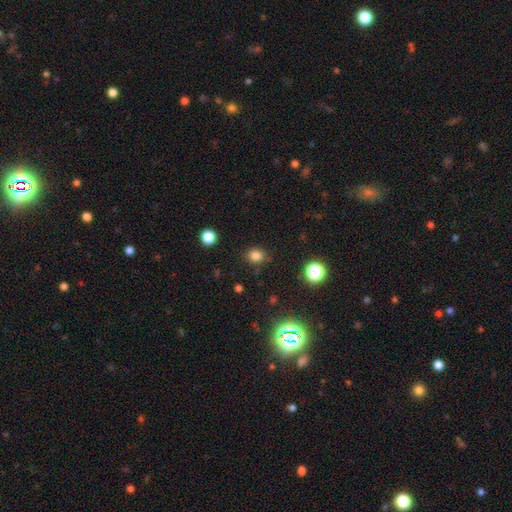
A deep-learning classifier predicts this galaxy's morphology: A smooth galaxy with no disk features (80%) that is round (69%). Merging: none (84%).